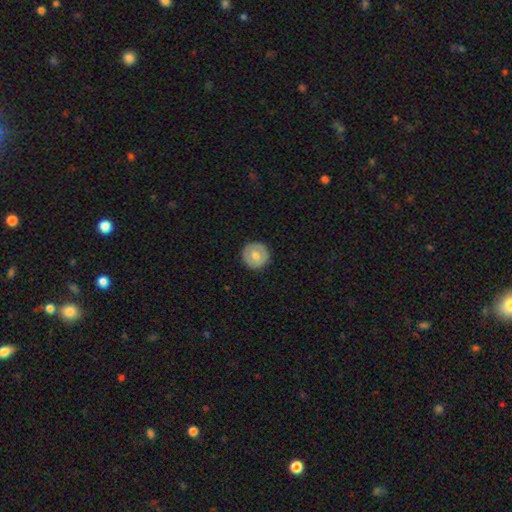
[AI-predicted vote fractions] Q: Smooth or featured?
A: smooth (68%); runner-up: featured or disk (26%)
Q: How rounded?
A: round (96%); runner-up: in between (3%)
Q: Merging?
A: none (90%); runner-up: minor disturbance (7%)